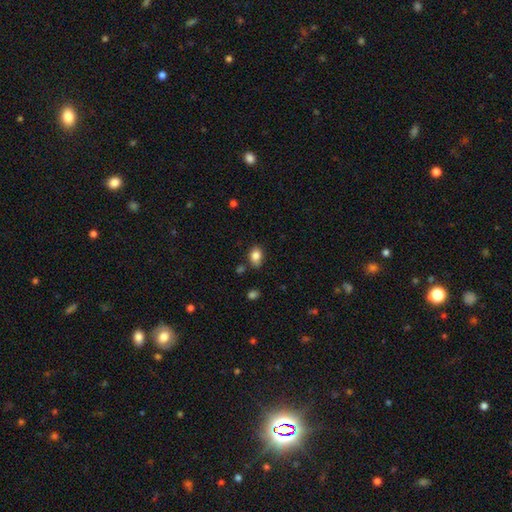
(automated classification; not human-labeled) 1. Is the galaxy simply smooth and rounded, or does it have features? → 84% smooth, 9% star or artifact, 6% featured or disk.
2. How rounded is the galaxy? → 74% in between, 24% round, 1% cigar-shaped.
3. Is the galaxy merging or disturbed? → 71% none, 22% minor disturbance, 4% major disturbance, 4% merger.